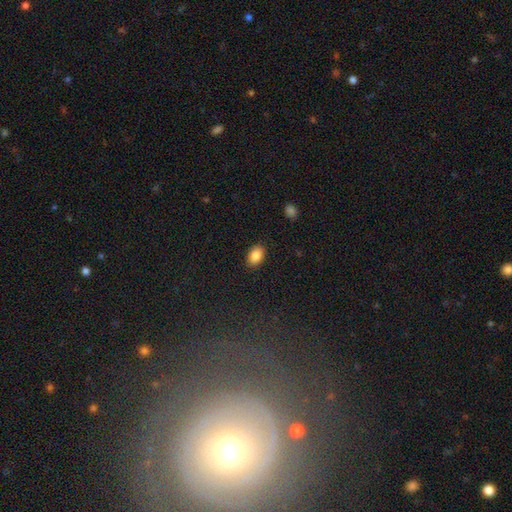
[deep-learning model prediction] smooth_or_featured: smooth (p=0.87) [alt: star or artifact p=0.08]
how_rounded: in between (p=0.88) [alt: round p=0.11]
merging: none (p=0.88) [alt: minor disturbance p=0.09]